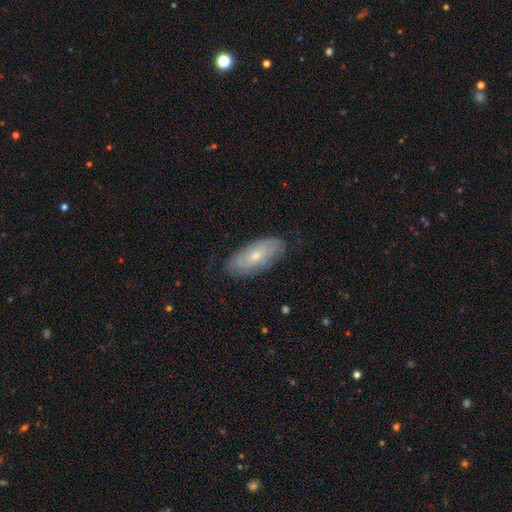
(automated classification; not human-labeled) The model was most divided on "smooth or featured": smooth: 49%, featured or disk: 44%, star or artifact: 7%. More confident: merging — none (79%).